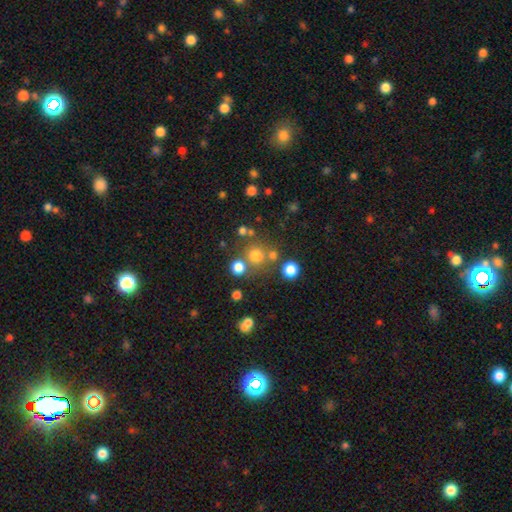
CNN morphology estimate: A smooth galaxy with no disk features (70%) that is round (90%).

Vote fractions:
- Smooth or featured? smooth: 70% / star or artifact: 20% / featured or disk: 10%
- How rounded? round: 90% / in between: 9% / cigar-shaped: 1%
- Merging? none: 70% / merger: 16% / minor disturbance: 9% / major disturbance: 5%